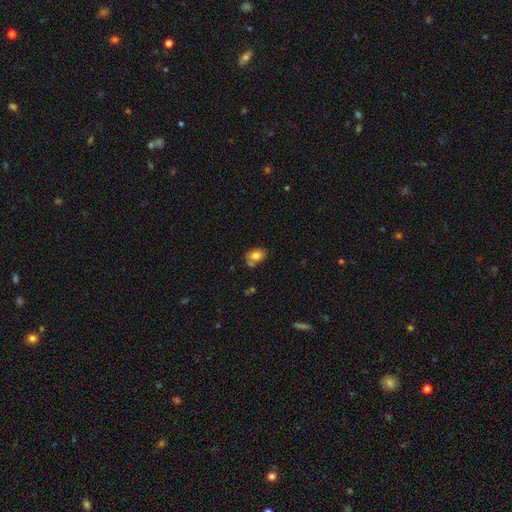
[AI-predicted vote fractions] Smooth or featured? smooth (78%)
How rounded? in between (57%)
Merging? none (58%)